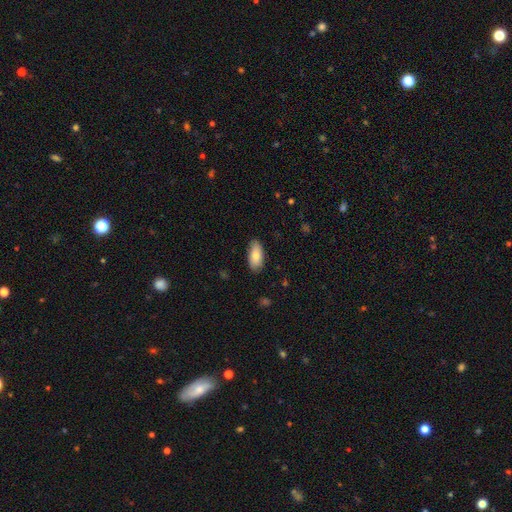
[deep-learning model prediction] This appears to be a smooth galaxy with no disk features (83%) that is in between round and cigar-shaped (90%). Merging: none (85%).